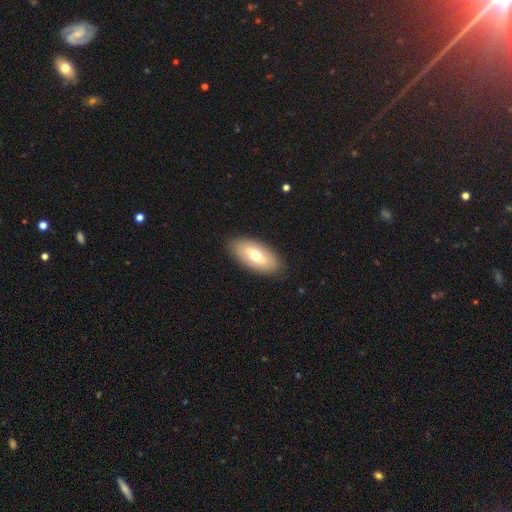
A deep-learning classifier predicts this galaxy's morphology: This appears to be a smooth galaxy with no disk features (61%) that is in between round and cigar-shaped (89%). Merging: none (88%).